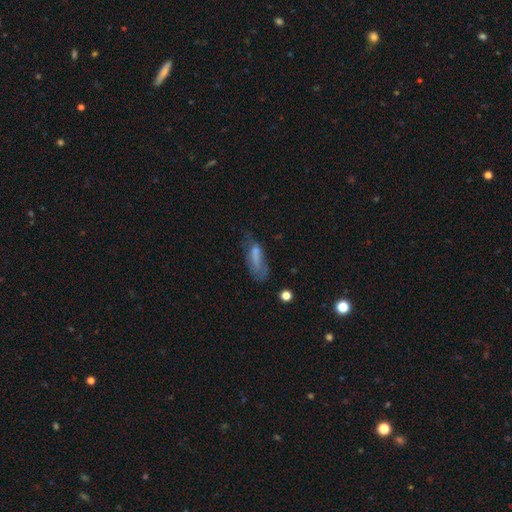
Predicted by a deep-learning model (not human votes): Morphology: type=smooth (60%); roundness=in between (60%); merging=none (40%).